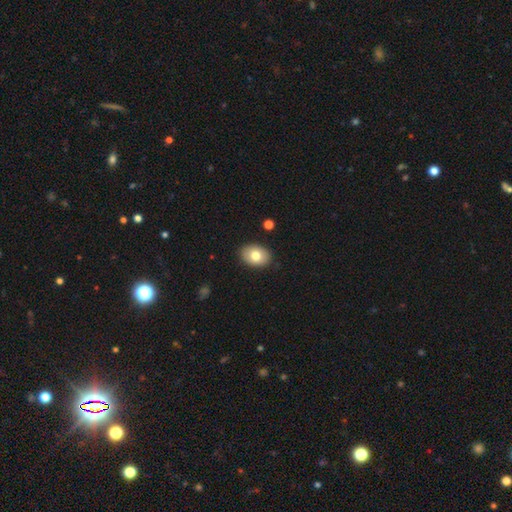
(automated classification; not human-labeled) The model was most divided on "how rounded": in between: 80%, round: 19%, cigar-shaped: 1%. More confident: merging — none (88%); smooth or featured — smooth (78%).